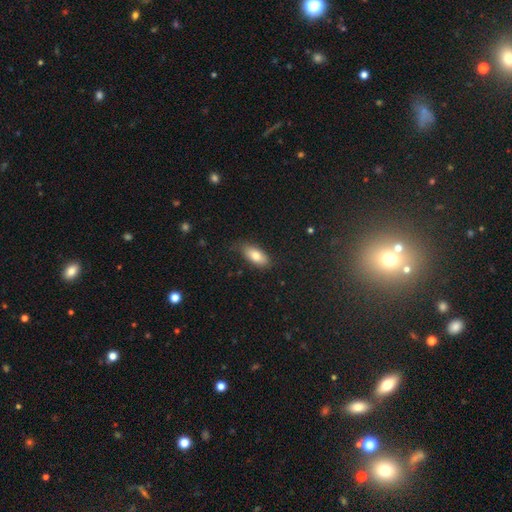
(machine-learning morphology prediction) A smooth galaxy with no disk features (79%) that is in between round and cigar-shaped (86%).

Vote fractions:
- Smooth or featured? smooth: 79% / featured or disk: 14% / star or artifact: 7%
- How rounded? in between: 86% / cigar-shaped: 11% / round: 3%
- Merging? none: 76% / minor disturbance: 19% / major disturbance: 4% / merger: 1%